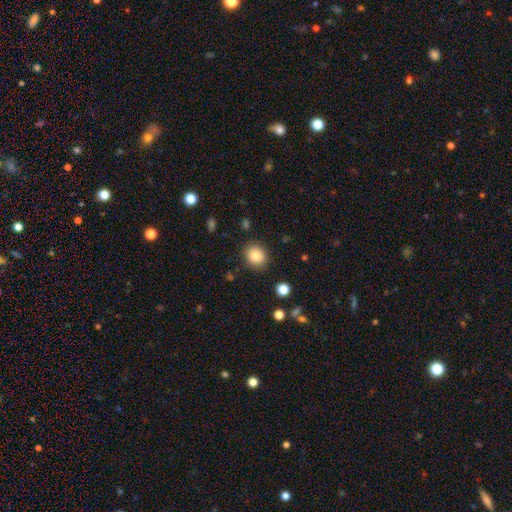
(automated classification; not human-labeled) Smooth or featured?
  - smooth: 86% *
  - star or artifact: 9%
  - featured or disk: 5%
How rounded?
  - round: 73% *
  - in between: 26%
  - cigar-shaped: 1%
Merging?
  - none: 87% *
  - minor disturbance: 8%
  - major disturbance: 3%
  - merger: 2%